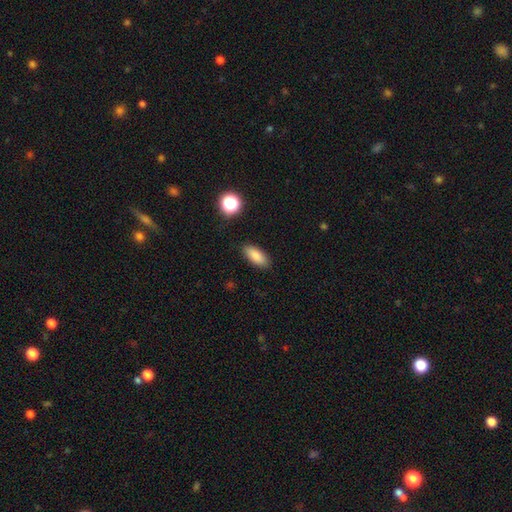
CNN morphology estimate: This appears to be a smooth galaxy with no disk features (84%) that is in between round and cigar-shaped (81%). Merging: none (87%).